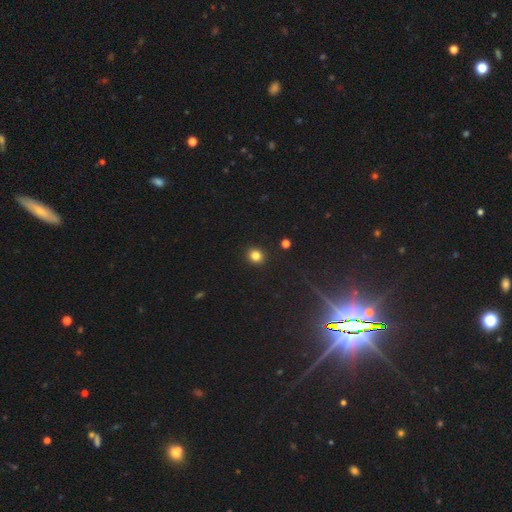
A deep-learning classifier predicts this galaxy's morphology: type=smooth (82%); roundness=round (82%); merging=none (92%).